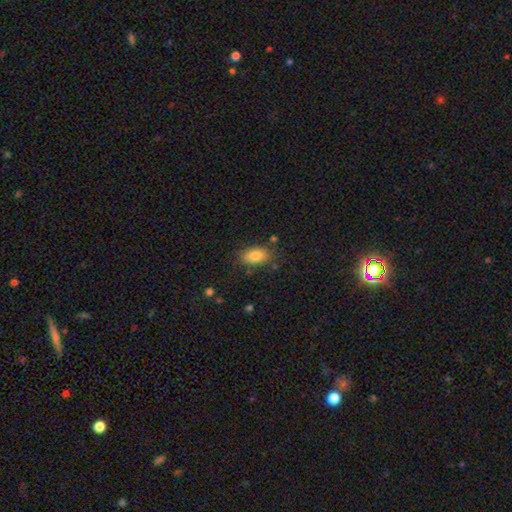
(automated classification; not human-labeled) Morphology: type=smooth (83%); roundness=in between (90%); merging=none (78%).